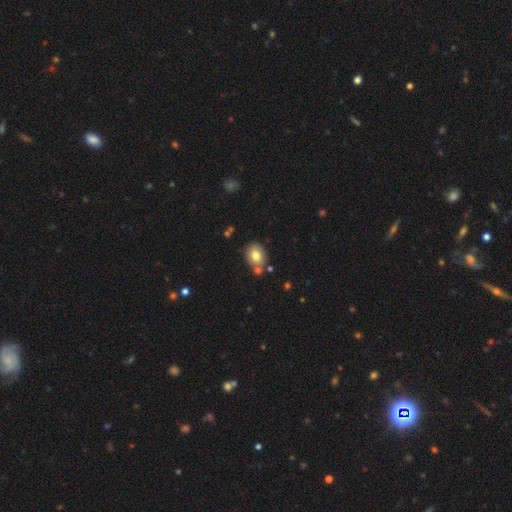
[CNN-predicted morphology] This is likely a smooth galaxy (78%). How rounded: possibly in between (56%). Merging: likely none (66%).